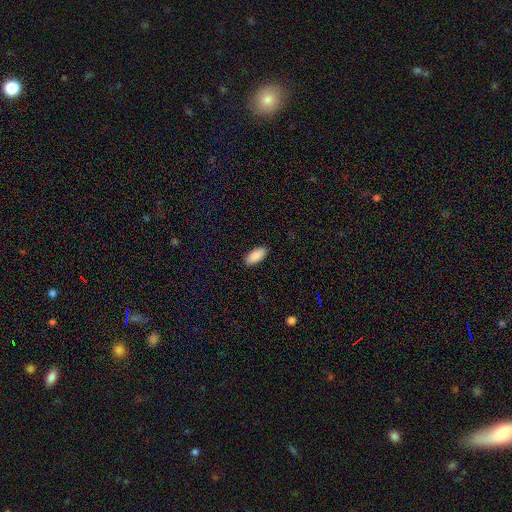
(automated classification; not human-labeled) This is clearly a smooth galaxy (90%). How rounded: clearly in between (89%). Merging: clearly none (90%).